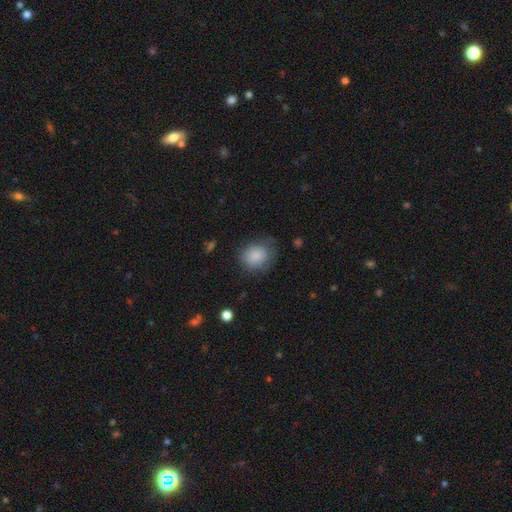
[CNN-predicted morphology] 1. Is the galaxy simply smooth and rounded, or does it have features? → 85% smooth, 8% star or artifact, 8% featured or disk.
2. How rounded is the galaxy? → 64% round, 35% in between, 1% cigar-shaped.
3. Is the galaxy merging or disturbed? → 65% none, 24% minor disturbance, 9% major disturbance, 2% merger.